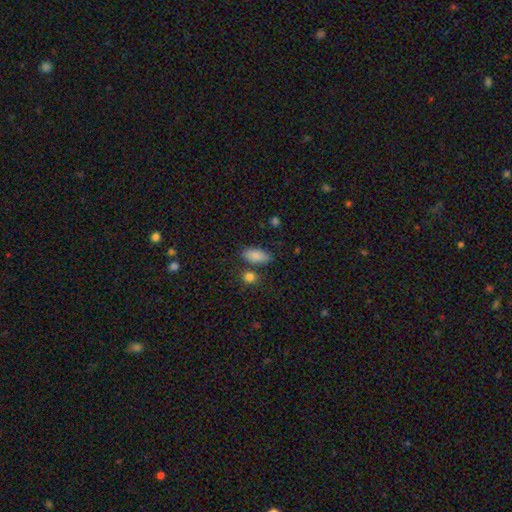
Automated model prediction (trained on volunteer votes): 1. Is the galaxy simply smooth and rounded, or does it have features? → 86% smooth, 8% star or artifact, 6% featured or disk.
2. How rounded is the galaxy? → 87% in between, 9% cigar-shaped, 4% round.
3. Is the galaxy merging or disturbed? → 72% none, 14% minor disturbance, 10% merger, 4% major disturbance.